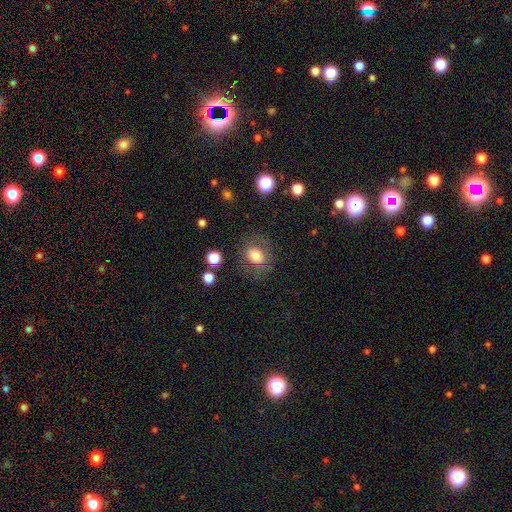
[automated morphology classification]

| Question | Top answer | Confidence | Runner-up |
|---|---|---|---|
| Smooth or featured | smooth | 72% | featured or disk (18%) |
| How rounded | in between | 52% | round (47%) |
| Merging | none | 71% | minor disturbance (16%) |